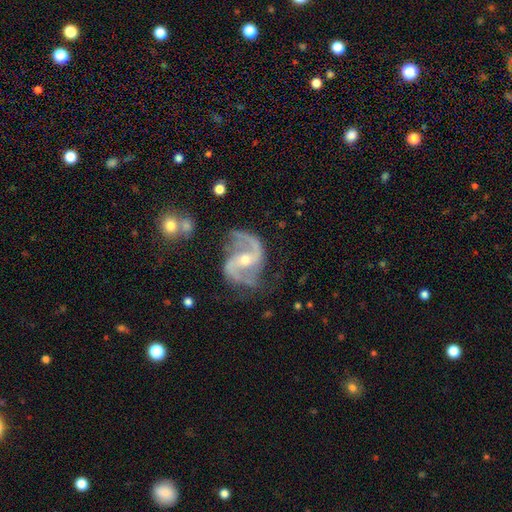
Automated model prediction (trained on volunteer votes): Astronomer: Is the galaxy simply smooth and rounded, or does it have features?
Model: featured or disk — 92%.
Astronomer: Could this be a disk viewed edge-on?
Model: no — 98%.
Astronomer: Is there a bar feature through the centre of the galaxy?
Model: weak — 40% (runner-up: strong, 31%).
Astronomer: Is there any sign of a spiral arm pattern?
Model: yes — 98%.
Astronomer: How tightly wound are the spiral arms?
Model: medium — 53% (runner-up: loose, 34%).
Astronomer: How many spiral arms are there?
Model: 2 — 93%.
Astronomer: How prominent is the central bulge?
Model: moderate — 52% (runner-up: small, 44%).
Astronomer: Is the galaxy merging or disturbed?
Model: none — 72%.